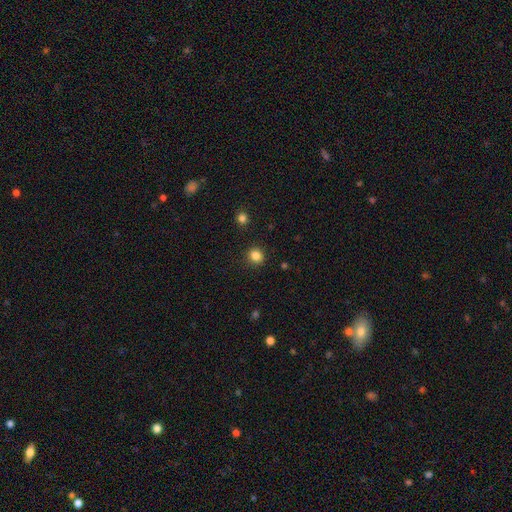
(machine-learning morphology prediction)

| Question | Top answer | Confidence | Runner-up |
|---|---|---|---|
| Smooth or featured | smooth | 84% | star or artifact (12%) |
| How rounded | round | 80% | in between (19%) |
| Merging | none | 89% | minor disturbance (7%) |